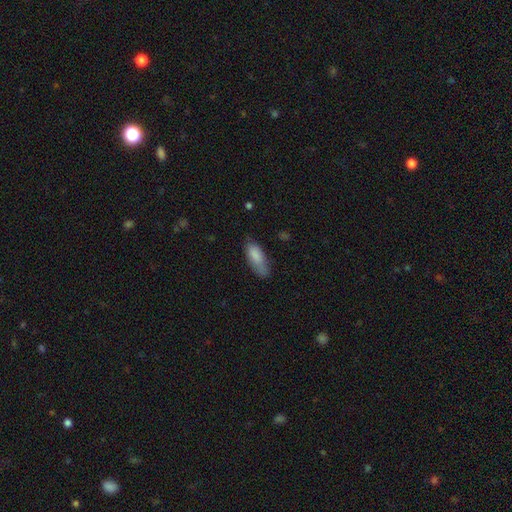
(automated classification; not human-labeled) Q: Smooth or featured?
A: smooth (84%); runner-up: featured or disk (9%)
Q: How rounded?
A: in between (72%); runner-up: cigar-shaped (27%)
Q: Merging?
A: none (56%); runner-up: minor disturbance (32%)